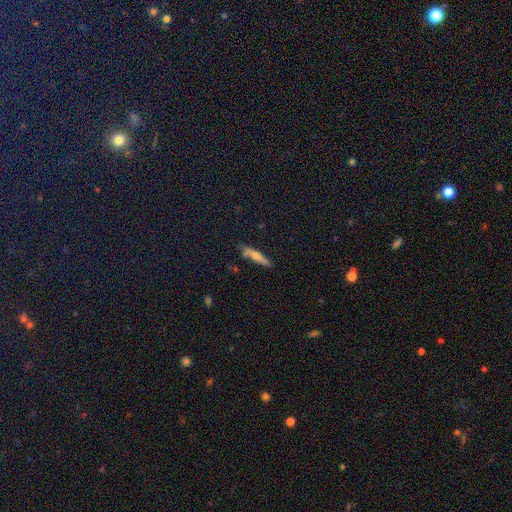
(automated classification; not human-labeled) This is possibly a smooth galaxy (53%). How rounded: clearly cigar-shaped (88%). Merging: likely none (78%).